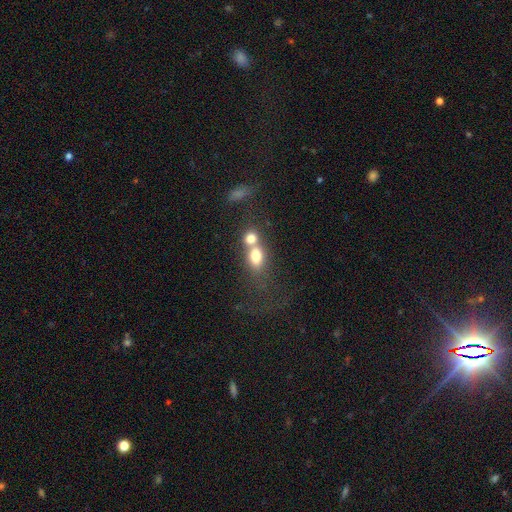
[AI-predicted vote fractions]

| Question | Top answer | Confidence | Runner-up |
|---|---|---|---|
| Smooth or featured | smooth | 71% | featured or disk (18%) |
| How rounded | in between | 61% | round (35%) |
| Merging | merger | 68% | none (21%) |